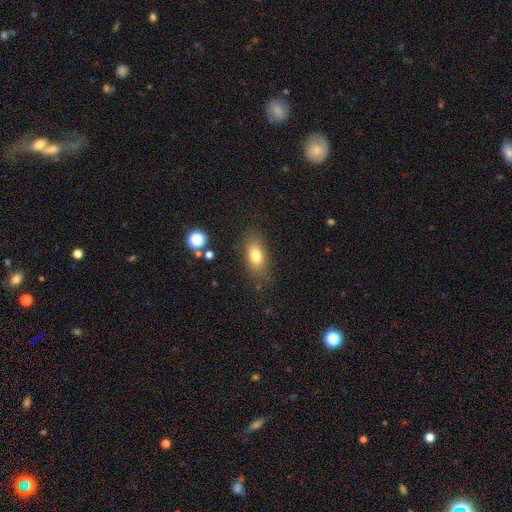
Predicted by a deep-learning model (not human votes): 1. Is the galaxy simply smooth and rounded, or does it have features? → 78% smooth, 13% featured or disk, 9% star or artifact.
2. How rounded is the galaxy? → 84% in between, 10% round, 7% cigar-shaped.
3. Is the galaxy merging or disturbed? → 80% none, 13% minor disturbance, 5% major disturbance, 2% merger.